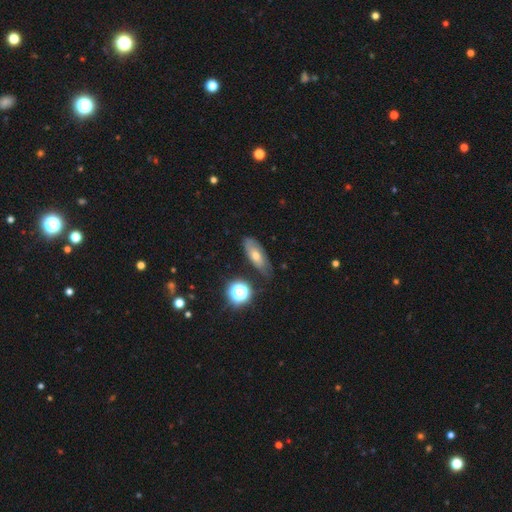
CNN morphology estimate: Q: Smooth or featured?
A: smooth (46%); runner-up: featured or disk (38%)
Q: Merging?
A: none (70%); runner-up: minor disturbance (21%)